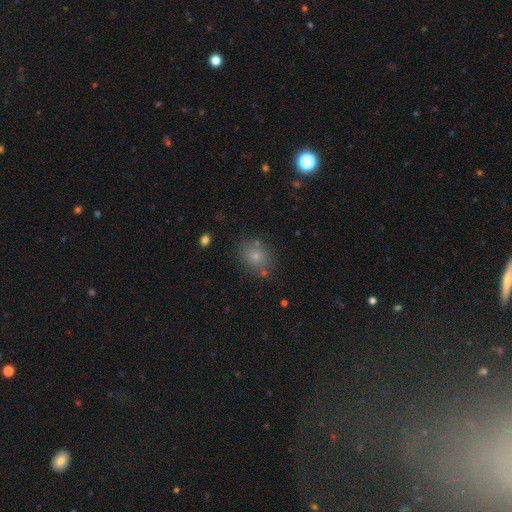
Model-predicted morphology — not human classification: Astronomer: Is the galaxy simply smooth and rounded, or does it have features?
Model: smooth — 74%.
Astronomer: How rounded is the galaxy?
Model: round — 55% (runner-up: in between, 44%).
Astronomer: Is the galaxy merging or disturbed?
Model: none — 76%.